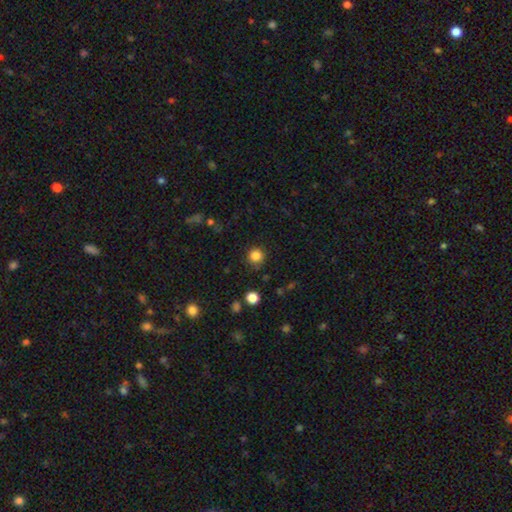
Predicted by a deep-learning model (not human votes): This appears to be a smooth galaxy with no disk features (84%) that is round (92%). Merging: none (84%).